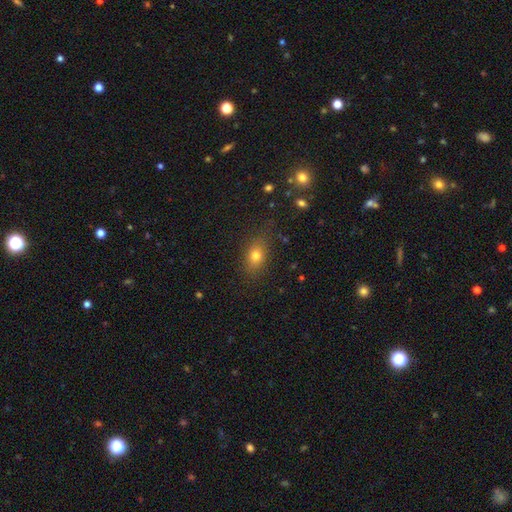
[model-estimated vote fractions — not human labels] smooth_or_featured: smooth (p=0.74) [alt: star or artifact p=0.14]
how_rounded: in between (p=0.70) [alt: round p=0.24]
merging: none (p=0.80) [alt: minor disturbance p=0.14]